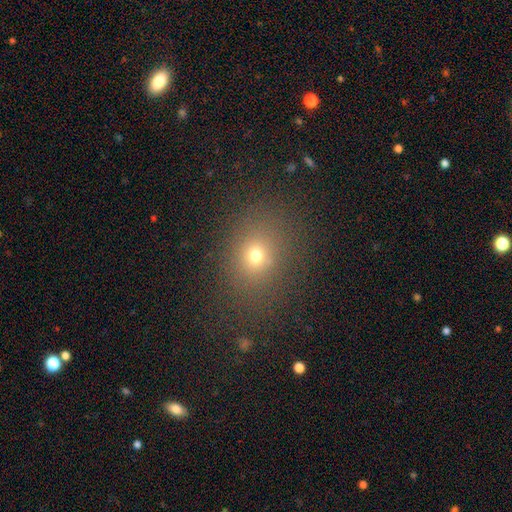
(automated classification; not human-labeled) The model was most divided on "how rounded": round: 62%, in between: 37%, cigar-shaped: 1%. More confident: merging — none (81%); smooth or featured — smooth (69%).